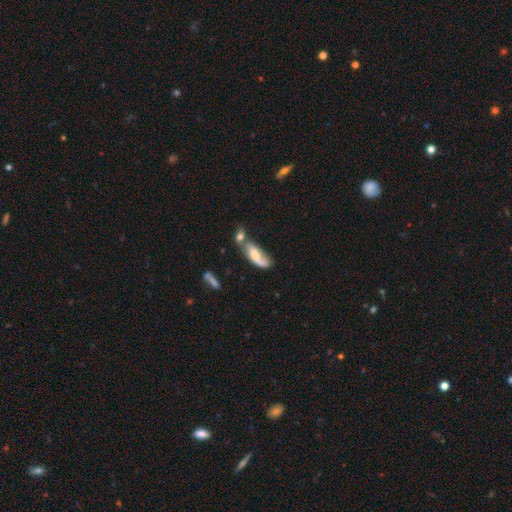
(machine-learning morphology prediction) A smooth galaxy with no disk features (49%).

Vote fractions:
- Smooth or featured? smooth: 49% / featured or disk: 44% / star or artifact: 7%
- Merging? merger: 43% / none: 29% / minor disturbance: 18% / major disturbance: 10%